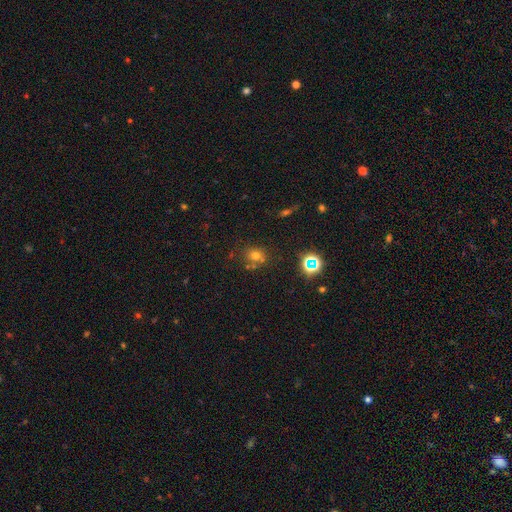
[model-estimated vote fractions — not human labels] The model was most divided on "smooth or featured": smooth: 64%, star or artifact: 25%, featured or disk: 11%. More confident: how rounded — round (74%); merging — none (66%).